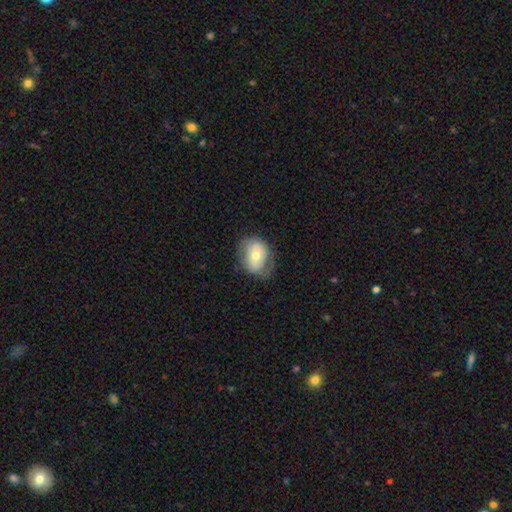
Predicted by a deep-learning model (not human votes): A smooth galaxy with no disk features (58%) that is in between round and cigar-shaped (59%). Merging: none (63%).